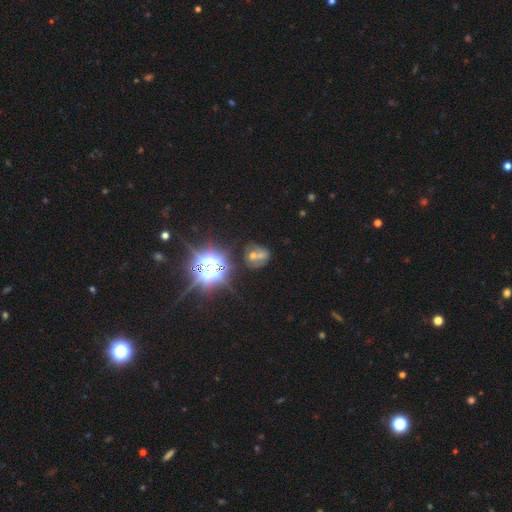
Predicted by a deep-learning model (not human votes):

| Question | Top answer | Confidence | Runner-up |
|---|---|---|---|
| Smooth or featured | star or artifact | 36% | smooth (35%) |